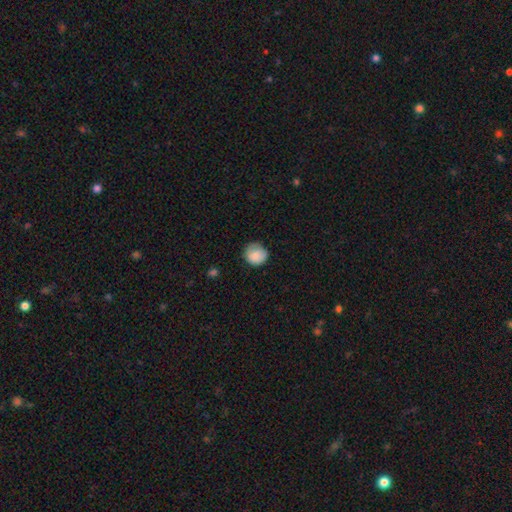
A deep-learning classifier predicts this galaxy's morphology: Overall: smooth (83%). How rounded: round (88%). Merging: none (71%).